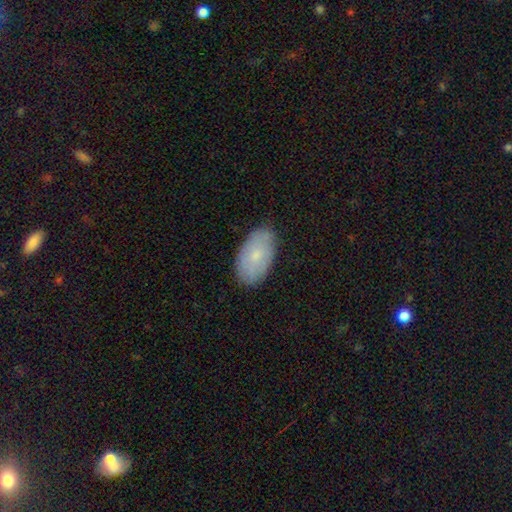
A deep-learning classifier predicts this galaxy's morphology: Smooth or featured? Predicted: smooth (p=0.73). How rounded? Predicted: in between (p=0.94). Merging? Predicted: none (p=0.82).